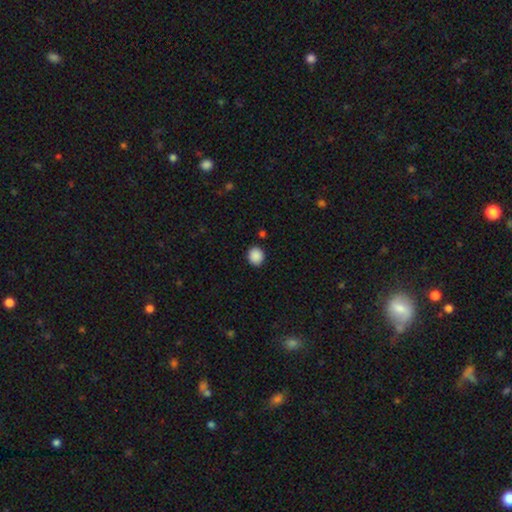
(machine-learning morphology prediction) A smooth galaxy with no disk features (89%) that is round (83%). Merging: none (90%).